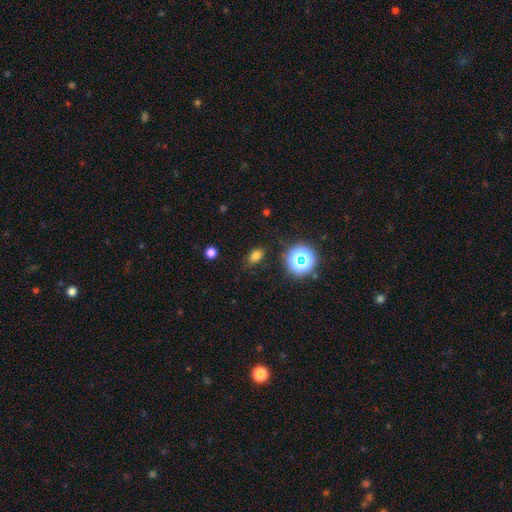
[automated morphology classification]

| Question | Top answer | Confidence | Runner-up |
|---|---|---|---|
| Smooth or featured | smooth | 74% | star or artifact (20%) |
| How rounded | in between | 78% | round (20%) |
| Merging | none | 82% | minor disturbance (12%) |